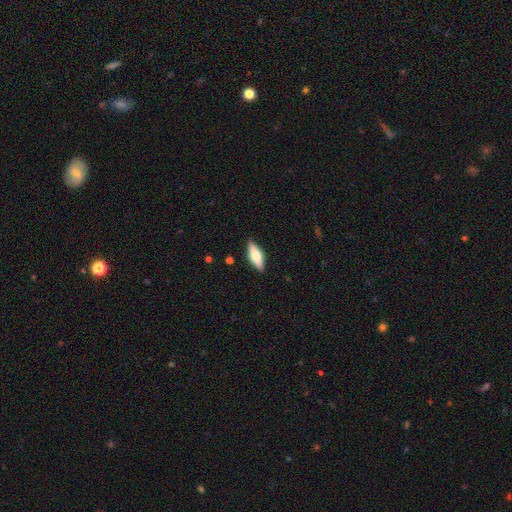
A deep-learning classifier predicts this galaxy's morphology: Smooth or featured?
  - smooth: 53% *
  - featured or disk: 41%
  - star or artifact: 6%
How rounded?
  - in between: 59% *
  - cigar-shaped: 38%
  - round: 2%
Merging?
  - none: 87% *
  - minor disturbance: 10%
  - major disturbance: 2%
  - merger: 1%